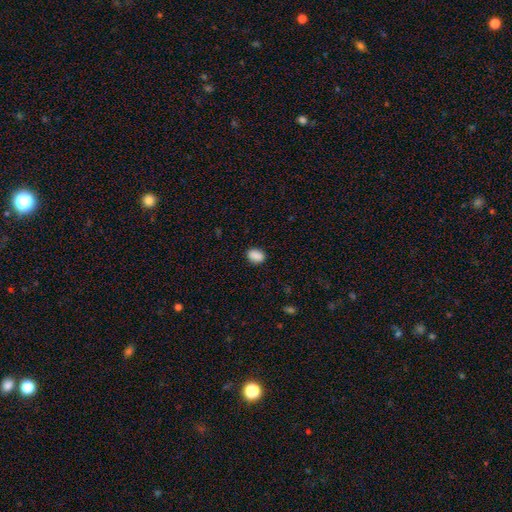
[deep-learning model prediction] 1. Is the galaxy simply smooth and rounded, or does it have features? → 89% smooth, 8% star or artifact, 3% featured or disk.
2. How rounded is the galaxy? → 79% in between, 19% round, 2% cigar-shaped.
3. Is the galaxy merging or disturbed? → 87% none, 9% minor disturbance, 2% major disturbance, 1% merger.